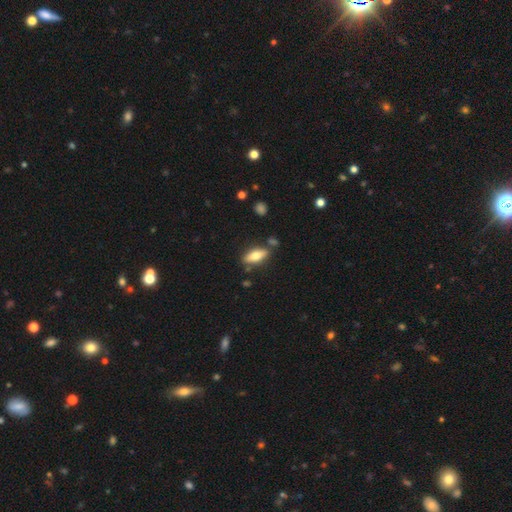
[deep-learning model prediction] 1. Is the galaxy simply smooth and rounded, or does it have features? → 69% smooth, 25% featured or disk, 6% star or artifact.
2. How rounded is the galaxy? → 76% in between, 21% cigar-shaped, 3% round.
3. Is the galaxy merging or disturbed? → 78% none, 13% minor disturbance, 6% merger, 3% major disturbance.